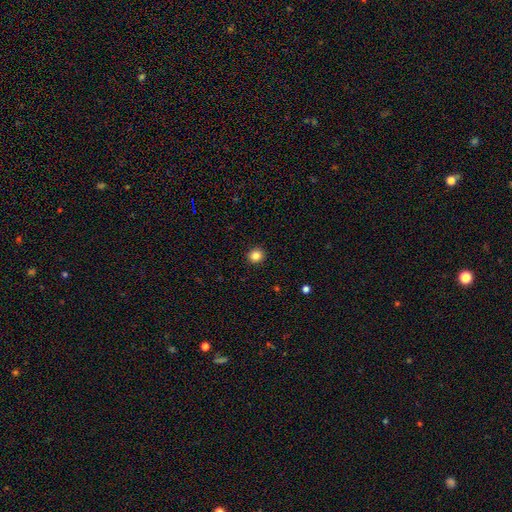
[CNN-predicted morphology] The model was most divided on "smooth or featured": smooth: 85%, star or artifact: 11%, featured or disk: 4%. More confident: merging — none (93%); how rounded — round (90%).